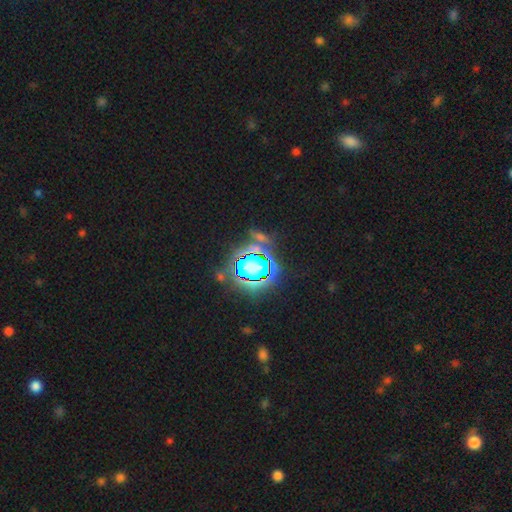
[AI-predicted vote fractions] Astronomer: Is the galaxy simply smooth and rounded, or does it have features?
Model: star or artifact — 81%.